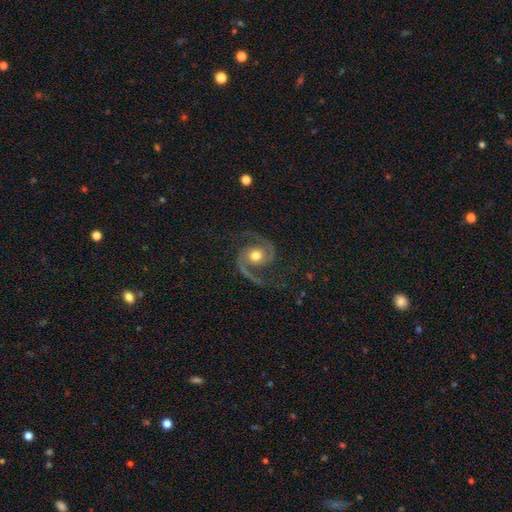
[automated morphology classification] A featured or disk galaxy (92%) with no bar (70%), 2 (94%) medium (59%) spiral arms (98%) and a moderate central bulge (74%).

Vote fractions:
- Smooth or featured? featured or disk: 92% / star or artifact: 5% / smooth: 4%
- Edge-on disk? no: 98% / yes: 2%
- Bar? no: 70% / weak: 22% / strong: 8%
- Spiral arms? yes: 98% / no: 2%
- Spiral winding? medium: 59% / loose: 28% / tight: 14%
- Spiral arm count? 2: 94% / can't tell: 1% / 1: 1% / 3: 1% / 4: 1% / more than 4: 1%
- Bulge size? moderate: 74% / large: 13% / small: 10% / dominant: 1% / none: 1%
- Merging? none: 78% / minor disturbance: 13% / major disturbance: 7% / merger: 2%